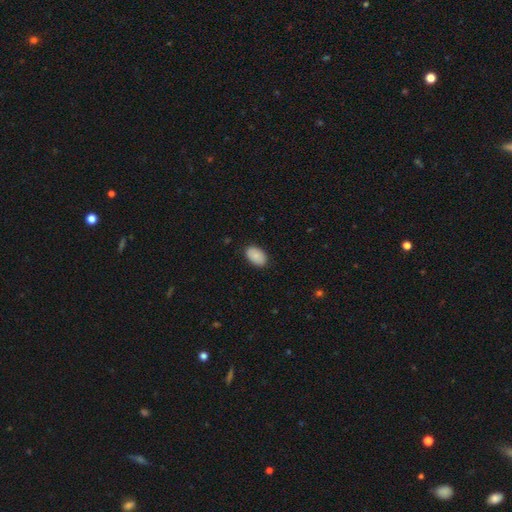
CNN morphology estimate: smooth_or_featured: smooth (p=0.88) [alt: star or artifact p=0.07]
how_rounded: in between (p=0.92) [alt: round p=0.07]
merging: none (p=0.85) [alt: minor disturbance p=0.11]